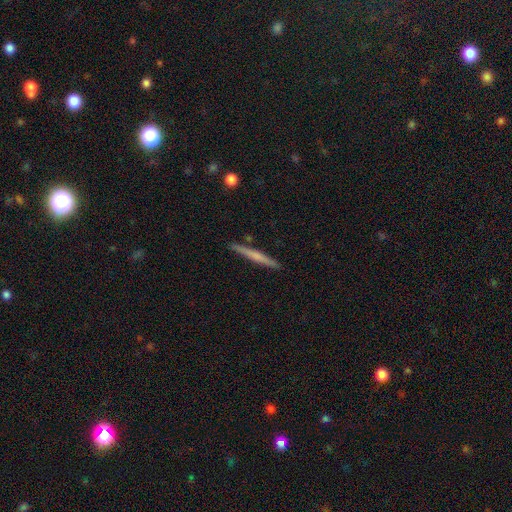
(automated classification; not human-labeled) Smooth or featured: featured or disk — 47% (tied with smooth — 47%)
Merging: none — 90% (minor disturbance — 7%)